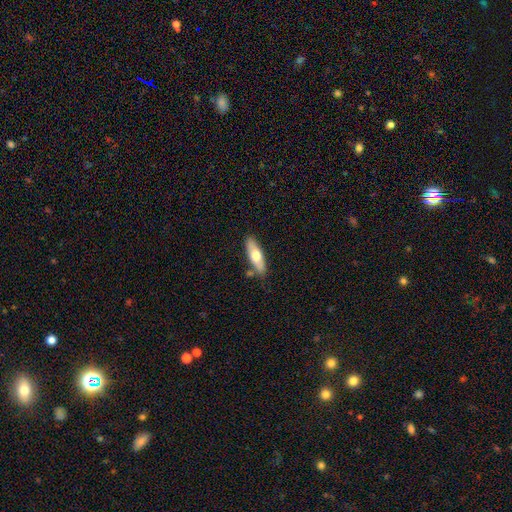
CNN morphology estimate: A smooth galaxy with no disk features (60%) that is in between round and cigar-shaped (54%).

Vote fractions:
- Smooth or featured? smooth: 60% / featured or disk: 35% / star or artifact: 5%
- How rounded? in between: 54% / cigar-shaped: 44% / round: 2%
- Merging? none: 77% / minor disturbance: 14% / merger: 6% / major disturbance: 3%